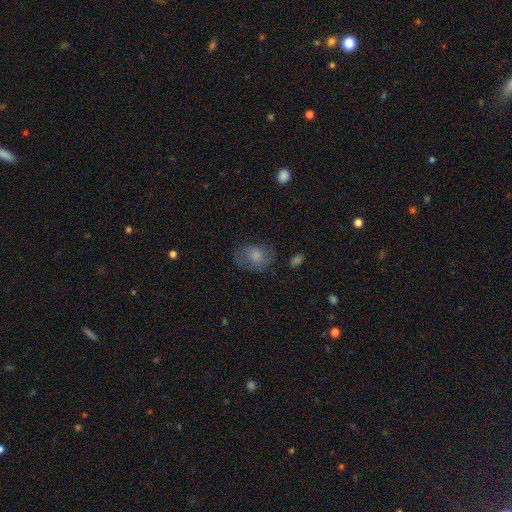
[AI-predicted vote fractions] Smooth or featured? Predicted: smooth (p=0.67). How rounded? Predicted: in between (p=0.66). Merging? Predicted: none (p=0.54).